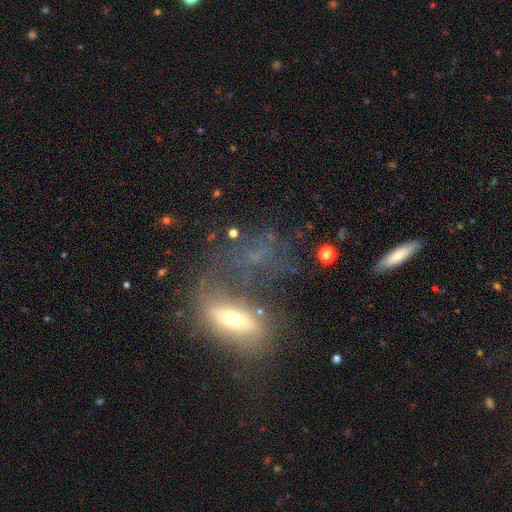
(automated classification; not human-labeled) Smooth or featured? featured or disk (43%)
Merging? none (31%)